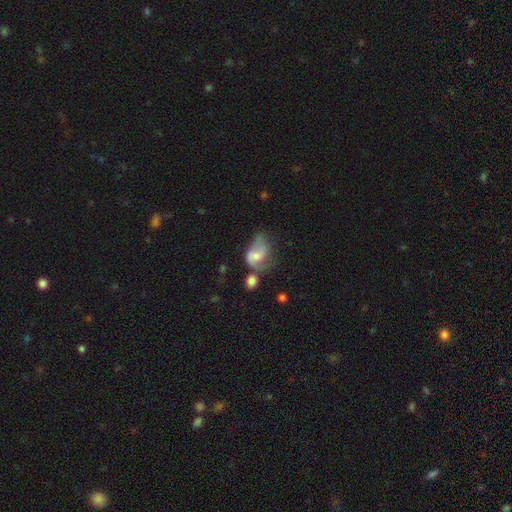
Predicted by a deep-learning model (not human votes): Morphology: type=featured or disk (48%); merging=major disturbance (32%).